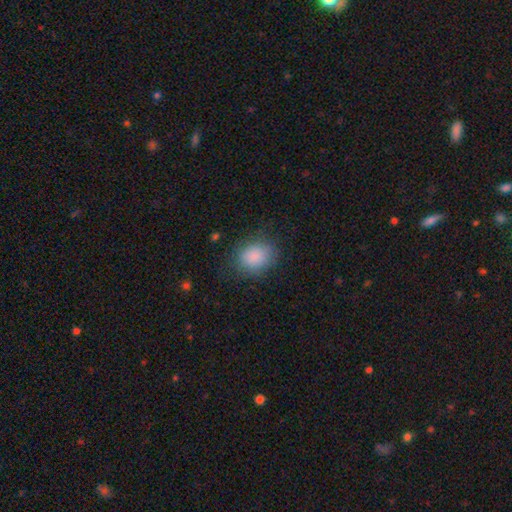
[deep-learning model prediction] Q: Smooth or featured?
A: smooth (86%); runner-up: star or artifact (9%)
Q: How rounded?
A: round (55%); runner-up: in between (44%)
Q: Merging?
A: none (78%); runner-up: minor disturbance (14%)